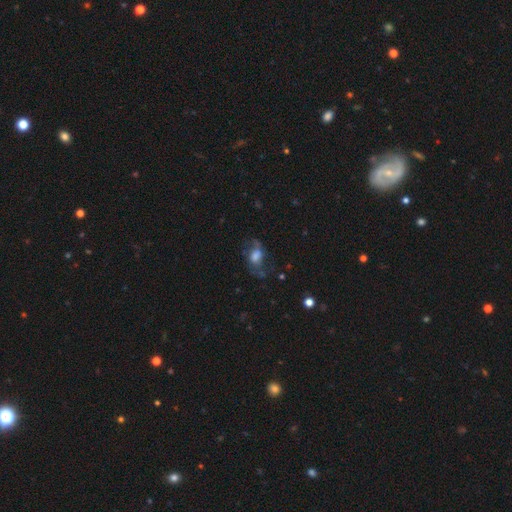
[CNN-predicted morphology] Q: Smooth or featured?
A: featured or disk (49%); runner-up: smooth (40%)
Q: Merging?
A: none (48%); runner-up: major disturbance (28%)